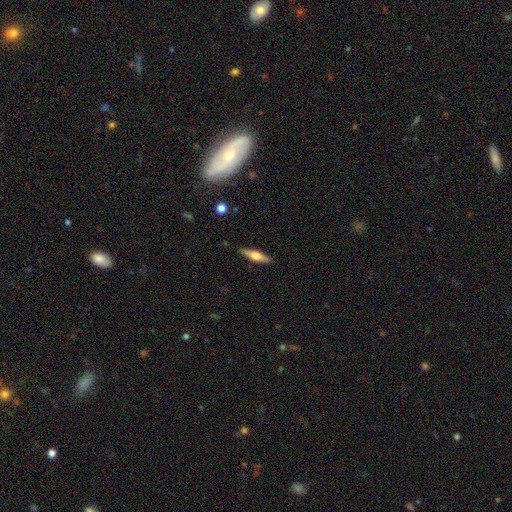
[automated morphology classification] The model was most divided on "smooth or featured": featured or disk: 48%, smooth: 46%, star or artifact: 6%. More confident: merging — none (88%).